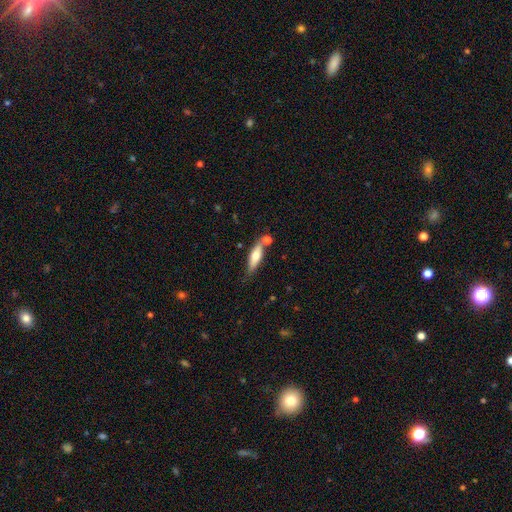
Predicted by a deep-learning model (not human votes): Smooth or featured? Predicted: smooth (p=0.59). How rounded? Predicted: cigar-shaped (p=0.61). Merging? Predicted: none (p=0.62).